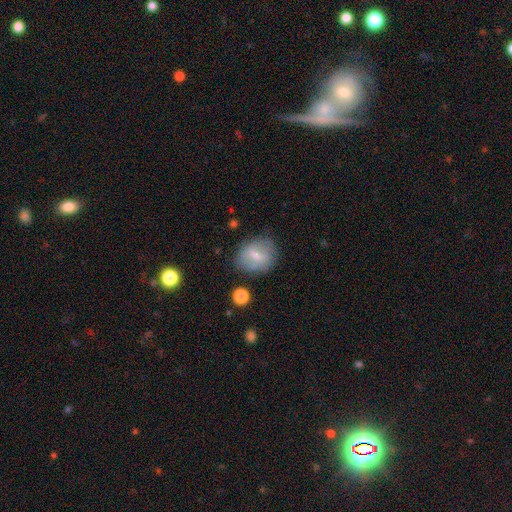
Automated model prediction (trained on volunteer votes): Morphology: type=smooth (62%); roundness=in between (52%); merging=none (71%).